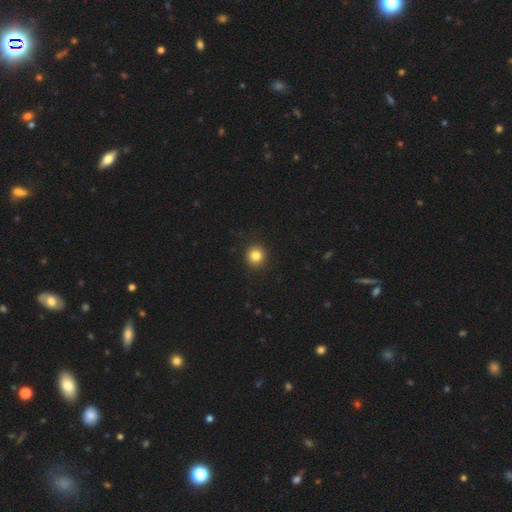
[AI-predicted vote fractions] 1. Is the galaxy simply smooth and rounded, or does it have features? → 84% smooth, 11% star or artifact, 5% featured or disk.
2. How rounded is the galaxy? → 93% round, 6% in between, 1% cigar-shaped.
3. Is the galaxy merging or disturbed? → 92% none, 5% minor disturbance, 2% major disturbance, 1% merger.